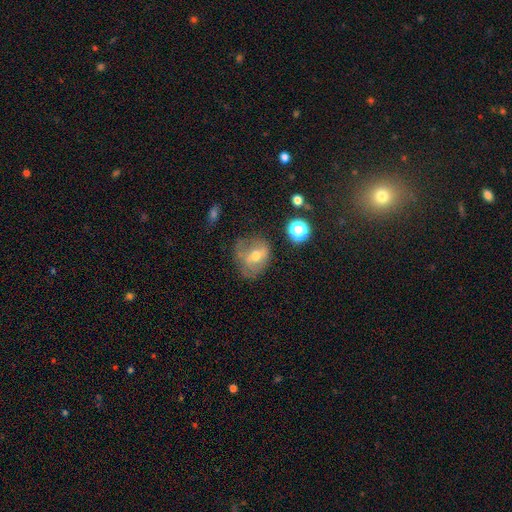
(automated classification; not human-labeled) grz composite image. It shows a featured or disk galaxy (44%). Merging: none (48%).